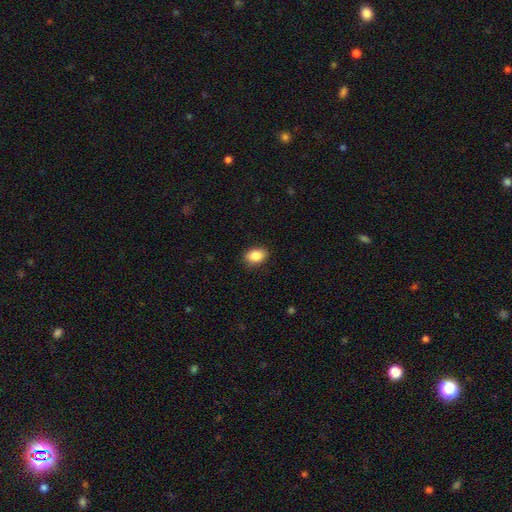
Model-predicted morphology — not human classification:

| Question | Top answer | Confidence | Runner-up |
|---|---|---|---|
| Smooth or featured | smooth | 86% | star or artifact (8%) |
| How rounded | in between | 79% | round (19%) |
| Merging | none | 88% | minor disturbance (9%) |